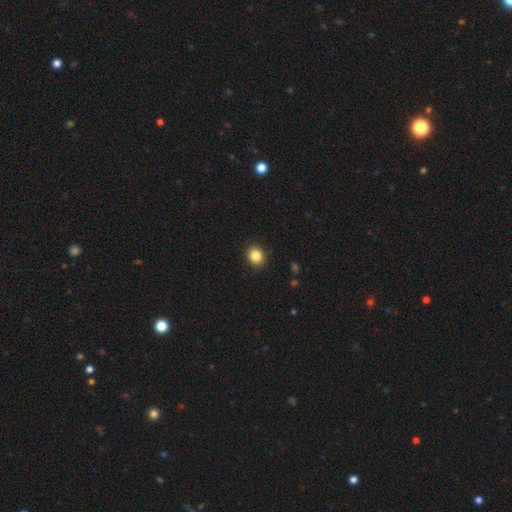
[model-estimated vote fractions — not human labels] smooth_or_featured: smooth (p=0.85) [alt: star or artifact p=0.10]
how_rounded: round (p=0.70) [alt: in between p=0.30]
merging: none (p=0.92) [alt: minor disturbance p=0.06]